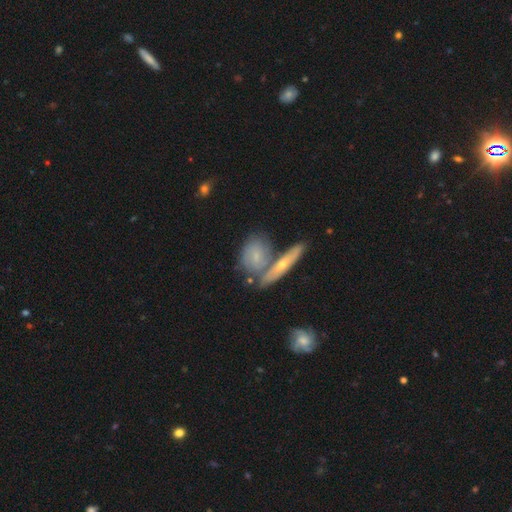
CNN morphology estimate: Smooth or featured?
  - featured or disk: 47% *
  - smooth: 46%
  - star or artifact: 7%
Merging?
  - none: 47% *
  - merger: 32%
  - minor disturbance: 15%
  - major disturbance: 5%